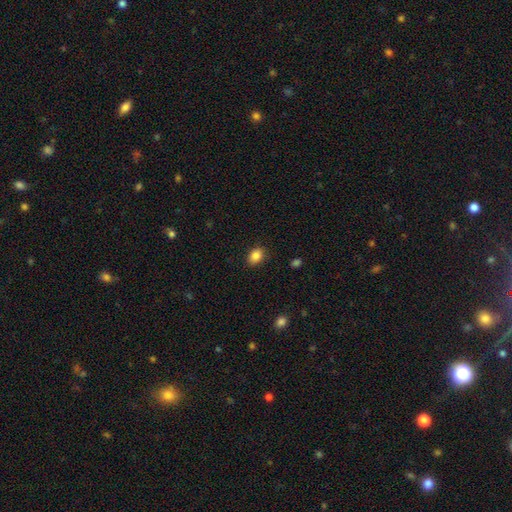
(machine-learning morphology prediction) Overall: smooth (87%). How rounded: in between (69%). Merging: none (86%).